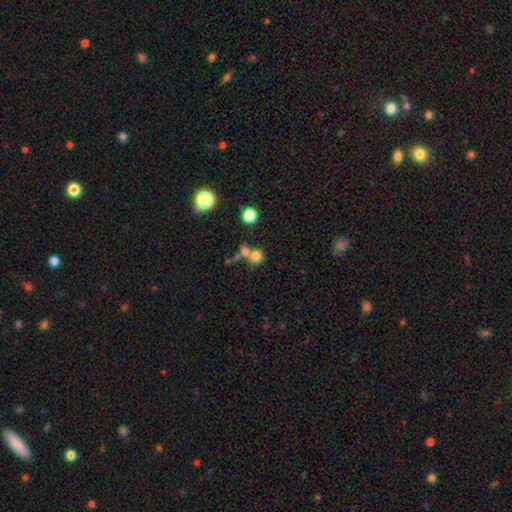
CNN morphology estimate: smooth 75%, star or artifact 15%, featured or disk 10%. Down the decision tree: how rounded — round (84%); merging — none (48%).